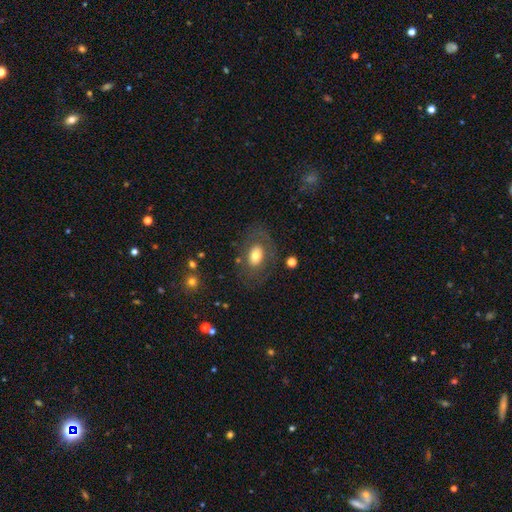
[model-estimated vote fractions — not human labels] smooth-or-featured: smooth: 61% | featured or disk: 30% | star or artifact: 9%
  how-rounded: in between: 78% | round: 20% | cigar-shaped: 1%
  merging: none: 72% | minor disturbance: 15% | major disturbance: 11% | merger: 2%